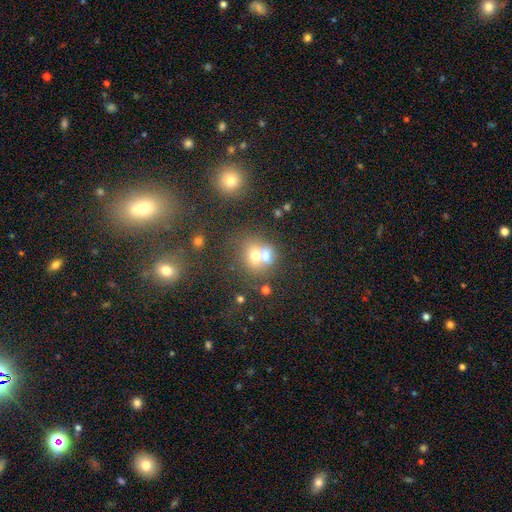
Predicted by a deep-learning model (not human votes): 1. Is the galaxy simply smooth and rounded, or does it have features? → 64% smooth, 21% featured or disk, 14% star or artifact.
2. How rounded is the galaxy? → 64% round, 35% in between, 1% cigar-shaped.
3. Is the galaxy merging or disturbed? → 58% merger, 30% none, 8% minor disturbance, 5% major disturbance.